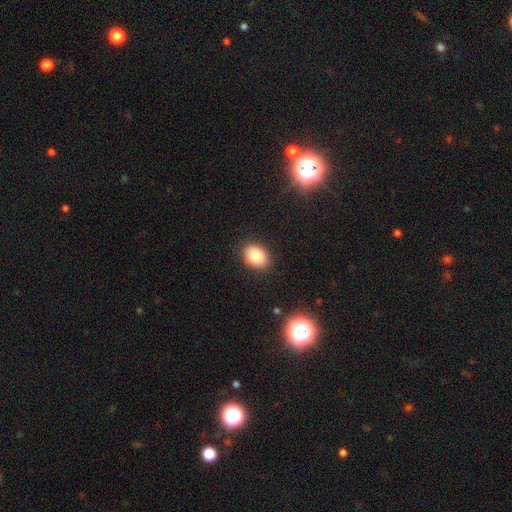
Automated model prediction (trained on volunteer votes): The model was most divided on "how rounded": in between: 71%, round: 28%, cigar-shaped: 1%. More confident: merging — none (87%); smooth or featured — smooth (84%).